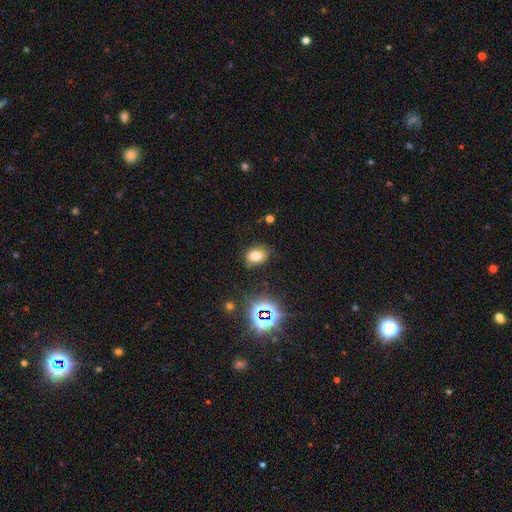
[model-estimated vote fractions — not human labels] Overall: smooth (72%). How rounded: in between (74%). Merging: none (72%).